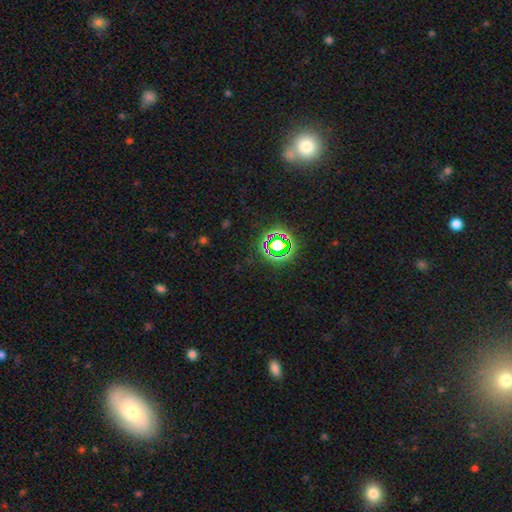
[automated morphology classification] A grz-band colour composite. It shows a star or artifact, not a galaxy (73%).